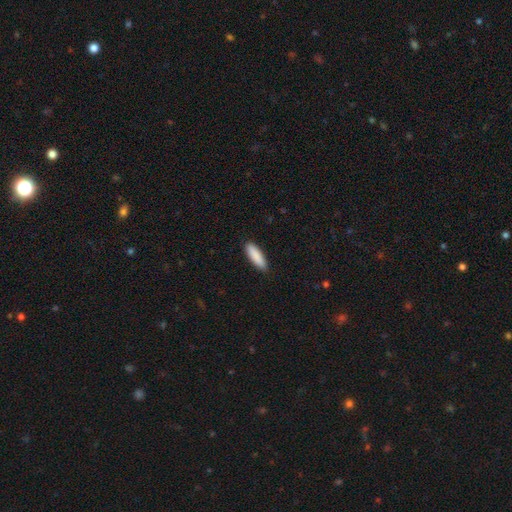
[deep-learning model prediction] A smooth galaxy with no disk features (90%) that is cigar-shaped (59%).

Vote fractions:
- Smooth or featured? smooth: 90% / star or artifact: 5% / featured or disk: 5%
- How rounded? cigar-shaped: 59% / in between: 40% / round: 1%
- Merging? none: 89% / minor disturbance: 8% / major disturbance: 2% / merger: 1%